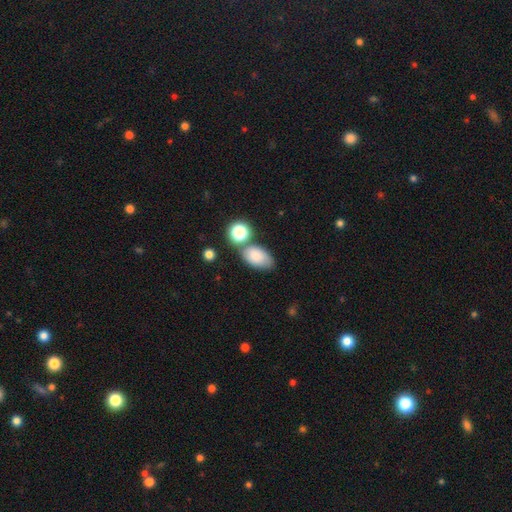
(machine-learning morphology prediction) Smooth or featured?
  - smooth: 79% *
  - featured or disk: 11%
  - star or artifact: 10%
How rounded?
  - in between: 89% *
  - round: 9%
  - cigar-shaped: 2%
Merging?
  - none: 58% *
  - minor disturbance: 18%
  - merger: 18%
  - major disturbance: 5%